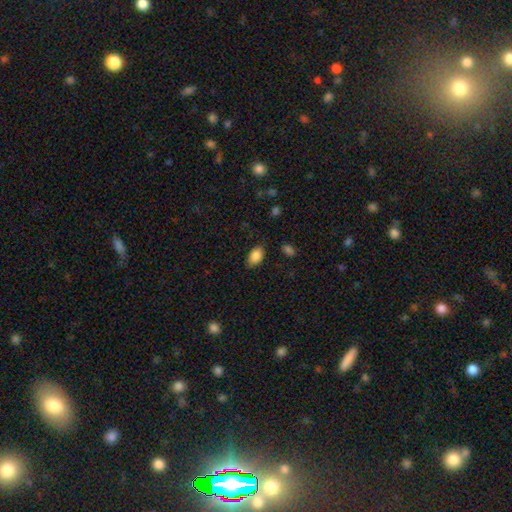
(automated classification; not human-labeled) Smooth or featured: smooth — 87% (star or artifact — 8%)
How rounded: in between — 89% (round — 9%)
Merging: none — 80% (minor disturbance — 15%)